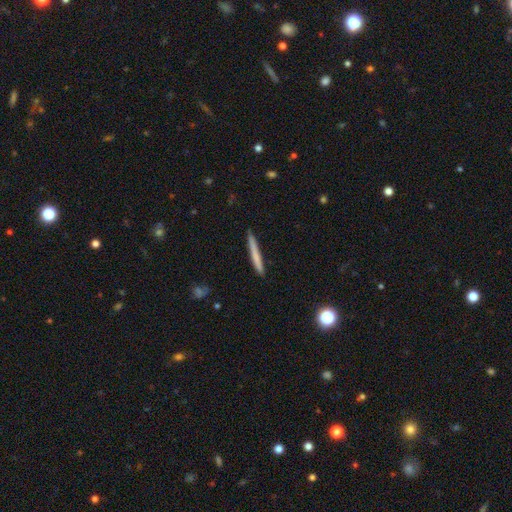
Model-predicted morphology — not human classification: Smooth or featured? smooth (70%)
How rounded? cigar-shaped (97%)
Merging? none (90%)